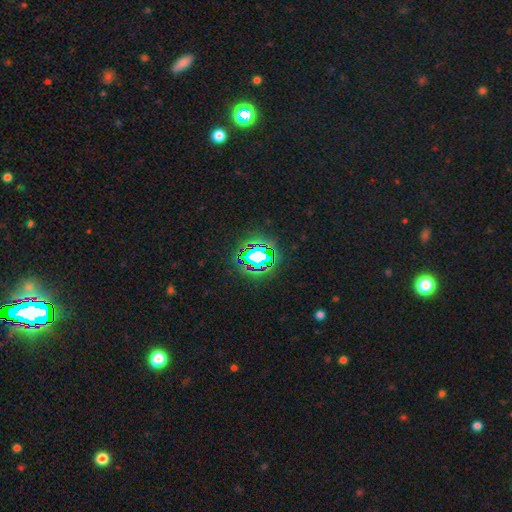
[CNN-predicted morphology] Smooth or featured? star or artifact (70%)